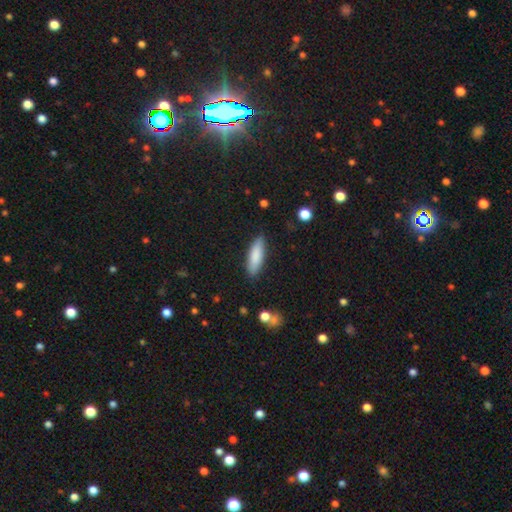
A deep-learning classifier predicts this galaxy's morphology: This appears to be a smooth galaxy with no disk features (84%) that is cigar-shaped (55%). Merging: none (86%).